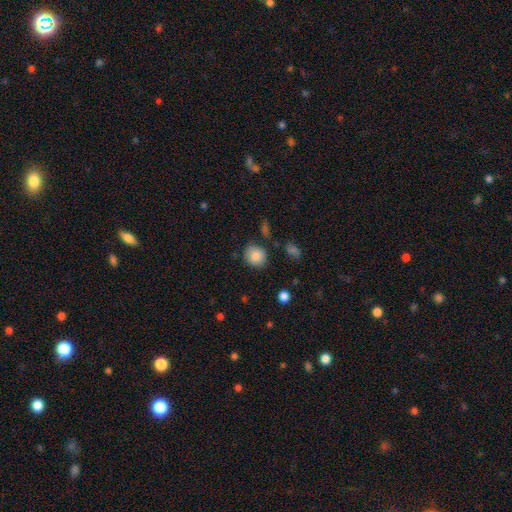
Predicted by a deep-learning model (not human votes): A smooth galaxy with no disk features (85%) that is round (84%). Merging: none (81%).